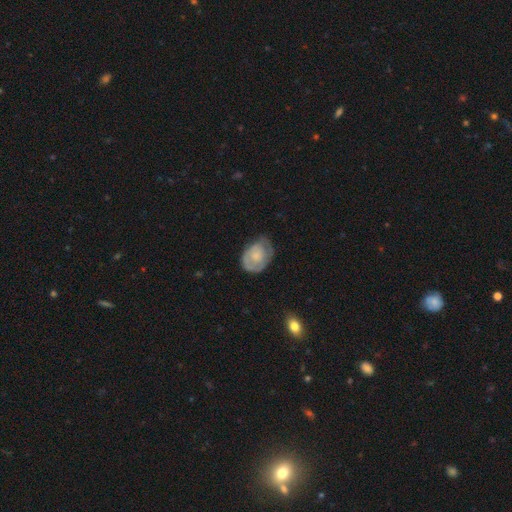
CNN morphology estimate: This is possibly a smooth galaxy (47%, tied with featured or disk). Merging: possibly none (49%).